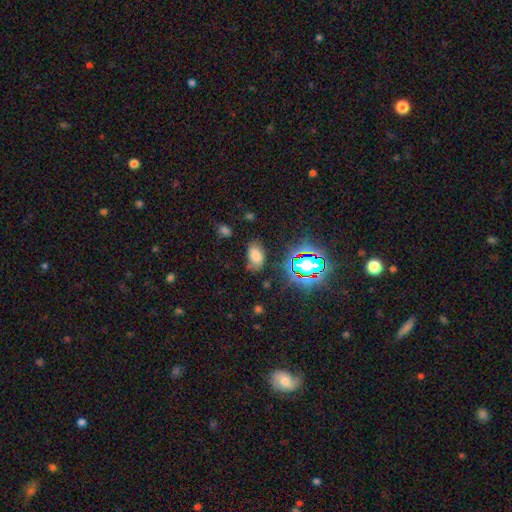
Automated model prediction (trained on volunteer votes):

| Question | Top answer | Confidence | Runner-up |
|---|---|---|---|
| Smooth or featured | smooth | 67% | star or artifact (21%) |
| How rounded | in between | 90% | round (9%) |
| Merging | none | 69% | minor disturbance (21%) |